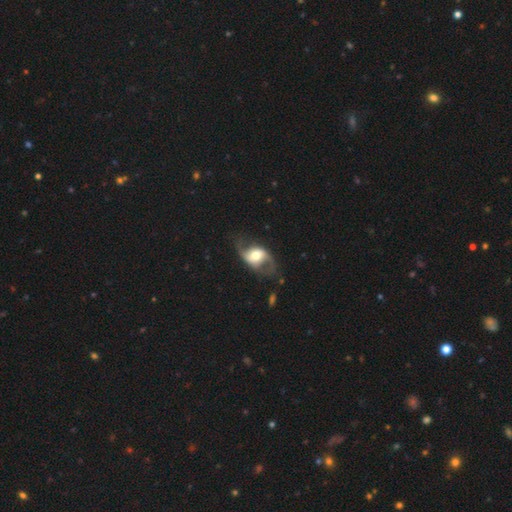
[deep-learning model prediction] This is likely a featured or disk galaxy (76%). It is clearly not viewed edge-on (94%). Bar: possibly no (47%). Spiral arm pattern: clearly yes (84%). Spiral arm count: clearly 2 (89%). Spiral winding: likely loose (67%). Central bulge: likely moderate (61%). Merging: possibly none (60%).